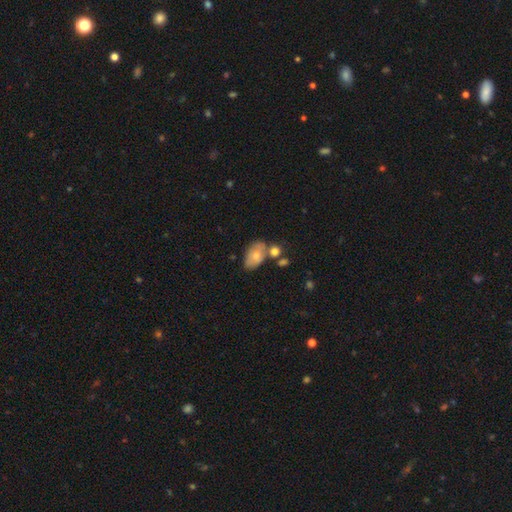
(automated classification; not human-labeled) A smooth galaxy with no disk features (68%) that is in between round and cigar-shaped (89%). Merging: none (54%).